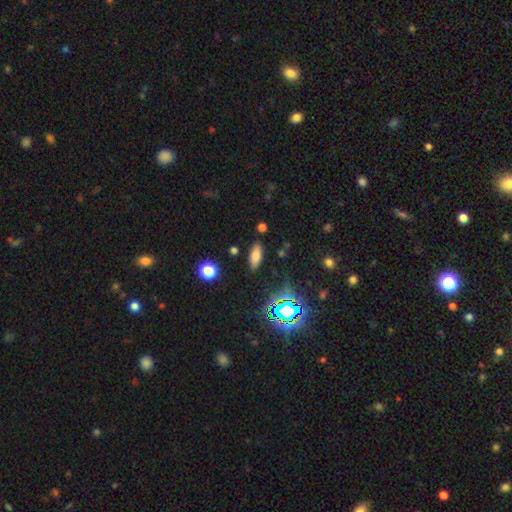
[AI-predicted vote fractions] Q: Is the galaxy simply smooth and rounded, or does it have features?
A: smooth — 66%.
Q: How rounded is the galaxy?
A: in between — 70%.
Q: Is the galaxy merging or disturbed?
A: none — 84%.